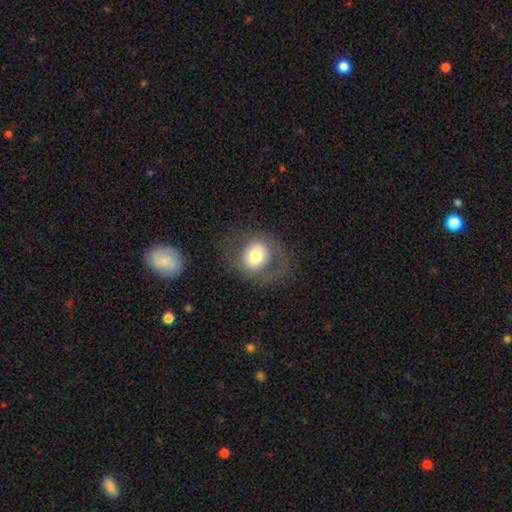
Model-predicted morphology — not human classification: This is likely a smooth galaxy (61%). How rounded: likely round (74%). Merging: likely none (72%).